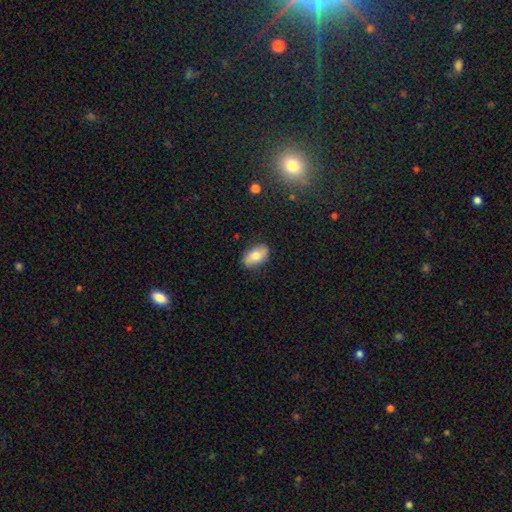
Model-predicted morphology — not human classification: Smooth or featured? smooth (77%)
How rounded? in between (91%)
Merging? none (85%)